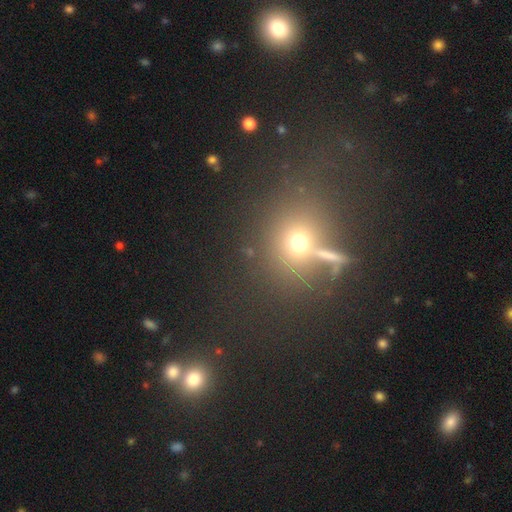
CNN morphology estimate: Smooth or featured? Predicted: smooth (p=0.51). How rounded? Predicted: round (p=0.72). Merging? Predicted: none (p=0.61).